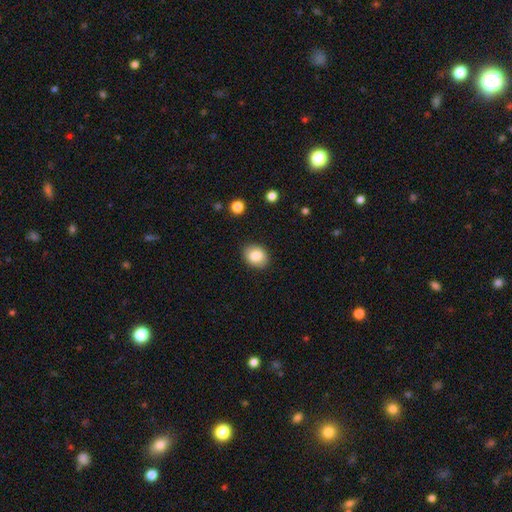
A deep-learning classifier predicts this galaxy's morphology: This is clearly a smooth galaxy (85%). How rounded: possibly in between (51%). Merging: clearly none (87%).